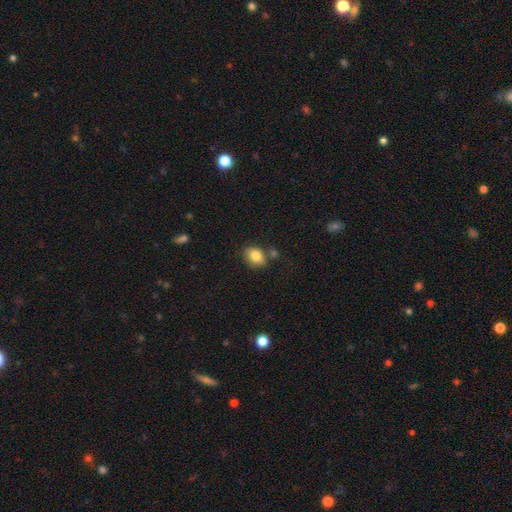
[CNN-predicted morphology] smooth-or-featured: smooth: 82% | star or artifact: 9% | featured or disk: 9%
  how-rounded: in between: 65% | round: 34% | cigar-shaped: 1%
  merging: none: 69% | minor disturbance: 16% | merger: 11% | major disturbance: 4%